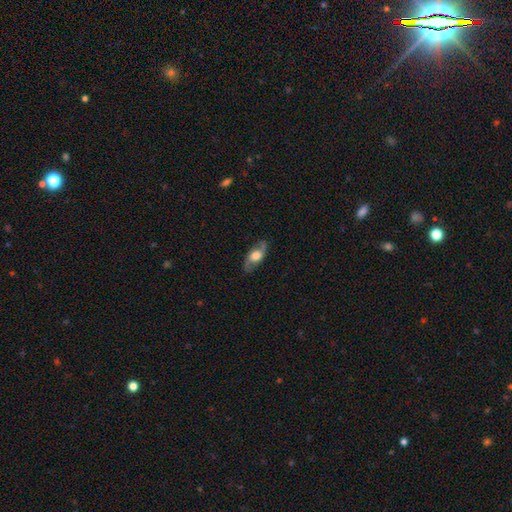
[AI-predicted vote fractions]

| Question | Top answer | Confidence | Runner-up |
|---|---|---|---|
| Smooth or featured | featured or disk | 60% | smooth (34%) |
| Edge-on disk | no | 75% | yes (25%) |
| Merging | none | 79% | minor disturbance (15%) |